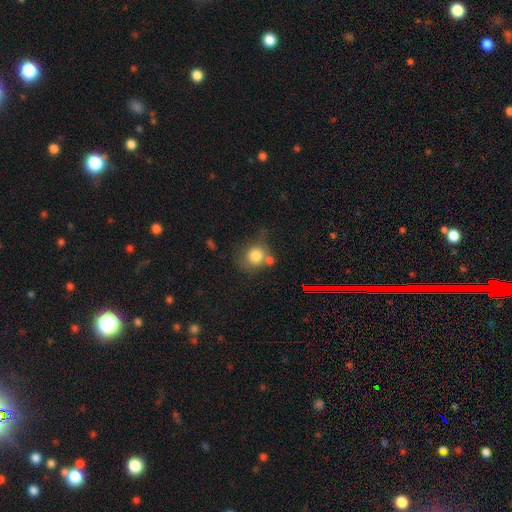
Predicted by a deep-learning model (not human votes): A smooth galaxy with no disk features (79%) that is round (83%).

Vote fractions:
- Smooth or featured? smooth: 79% / star or artifact: 11% / featured or disk: 10%
- How rounded? round: 83% / in between: 16% / cigar-shaped: 1%
- Merging? none: 52% / minor disturbance: 20% / merger: 19% / major disturbance: 9%